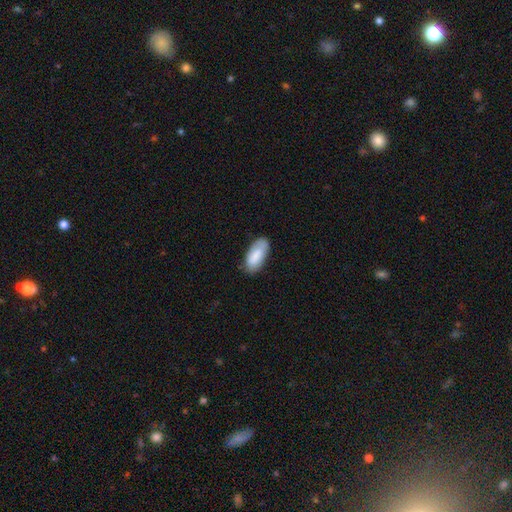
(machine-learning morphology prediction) This is clearly a smooth galaxy (81%). How rounded: clearly in between (89%). Merging: likely none (76%).